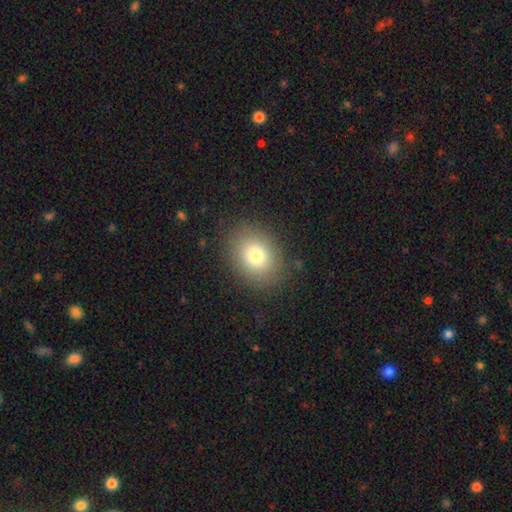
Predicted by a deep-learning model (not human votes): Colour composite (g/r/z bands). It shows a smooth galaxy with no disk features (77%) that is in between round and cigar-shaped (50%). Merging: none (85%).